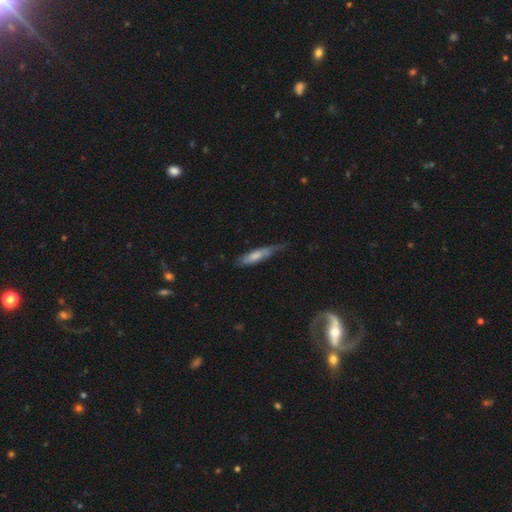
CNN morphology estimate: Overall: smooth (65%; featured or disk 29%). How rounded: cigar-shaped (68%; in between 30%). Merging: minor disturbance (41%; none 40%).